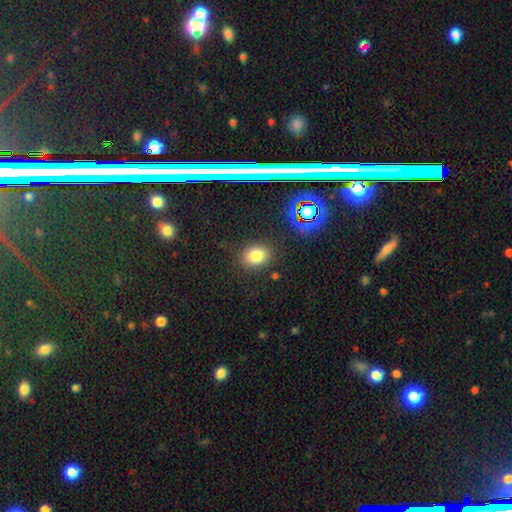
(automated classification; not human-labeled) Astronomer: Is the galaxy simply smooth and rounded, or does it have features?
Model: smooth — 77%.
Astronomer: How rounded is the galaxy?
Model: round — 50% (runner-up: in between, 48%).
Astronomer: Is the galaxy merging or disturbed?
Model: none — 83%.